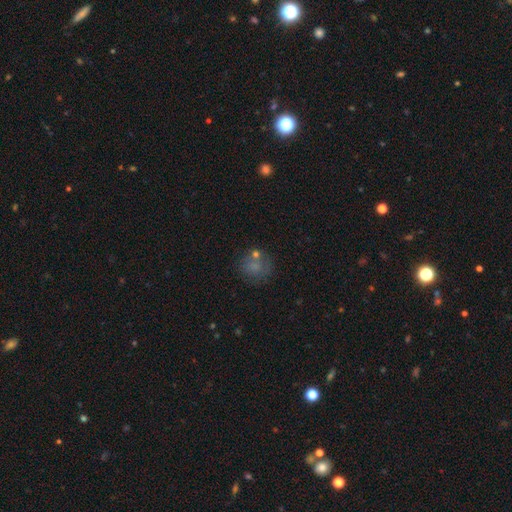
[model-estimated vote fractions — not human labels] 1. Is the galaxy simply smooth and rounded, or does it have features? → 59% smooth, 21% star or artifact, 20% featured or disk.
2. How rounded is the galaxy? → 82% round, 17% in between, 1% cigar-shaped.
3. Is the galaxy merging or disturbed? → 62% none, 16% minor disturbance, 11% merger, 10% major disturbance.